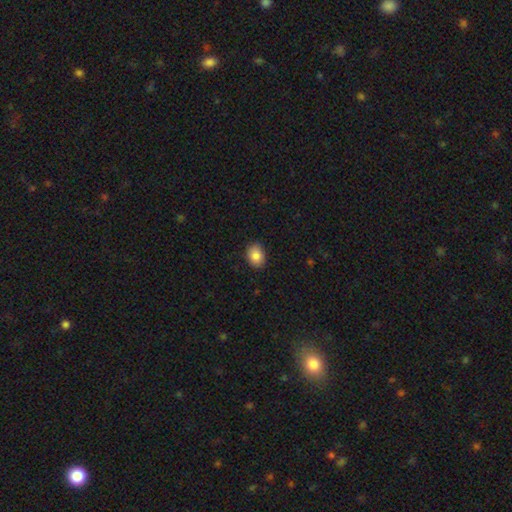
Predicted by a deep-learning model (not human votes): Morphology: type=smooth (85%); roundness=in between (63%); merging=none (87%).